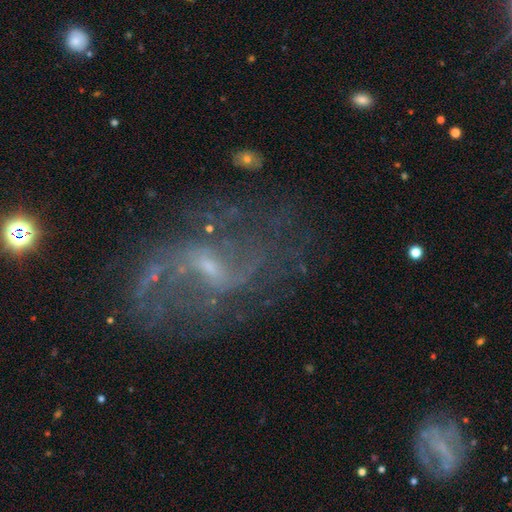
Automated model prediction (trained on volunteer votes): smooth_or_featured: featured or disk (p=0.84) [alt: star or artifact p=0.09]
disk_edge_on: no (p=0.97) [alt: yes p=0.03]
bar: weak (p=0.56) [alt: no p=0.25]
has_spiral_arms: yes (p=0.88) [alt: no p=0.12]
spiral_winding: loose (p=0.63) [alt: medium p=0.28]
spiral_arm_count: 2 (p=0.69) [alt: can't tell p=0.14]
bulge_size: small (p=0.70) [alt: moderate p=0.17]
merging: none (p=0.61) [alt: major disturbance p=0.19]